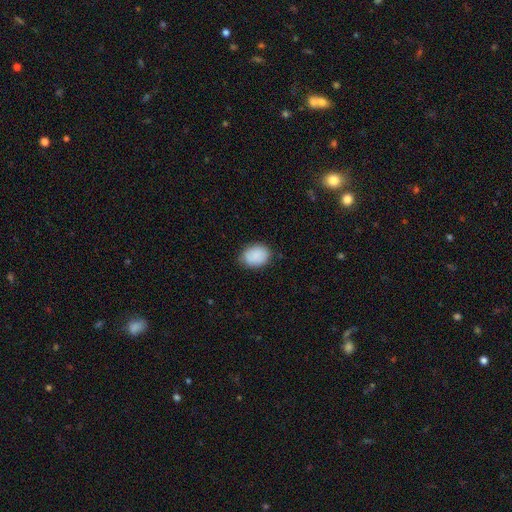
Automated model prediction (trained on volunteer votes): Smooth or featured? Predicted: smooth (p=0.89). How rounded? Predicted: in between (p=0.67). Merging? Predicted: none (p=0.80).